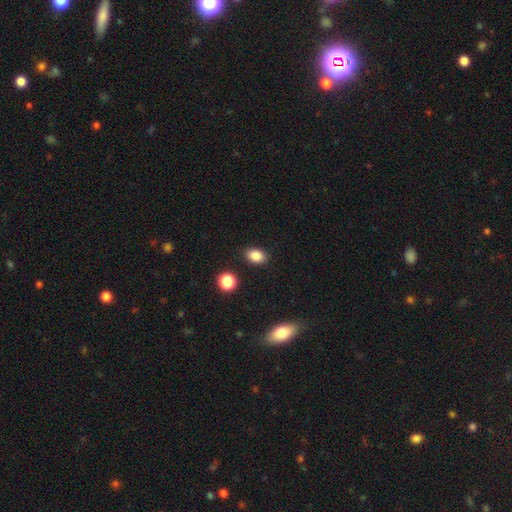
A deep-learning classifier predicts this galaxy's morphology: A smooth galaxy with no disk features (85%) that is in between round and cigar-shaped (80%). Merging: none (87%).